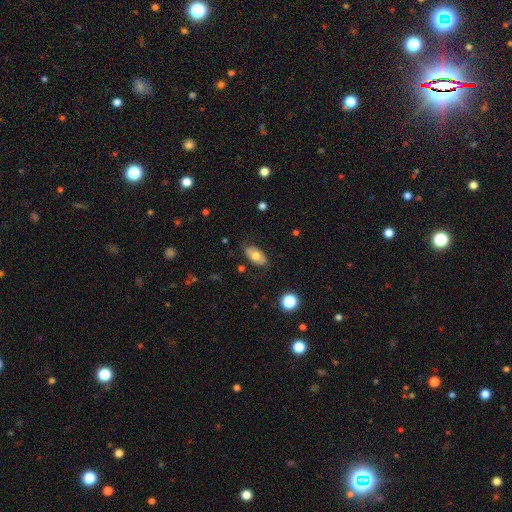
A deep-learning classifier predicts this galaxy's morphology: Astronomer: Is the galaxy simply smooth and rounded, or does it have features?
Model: smooth — 65%.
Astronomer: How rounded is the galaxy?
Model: in between — 92%.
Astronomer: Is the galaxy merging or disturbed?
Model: none — 78%.